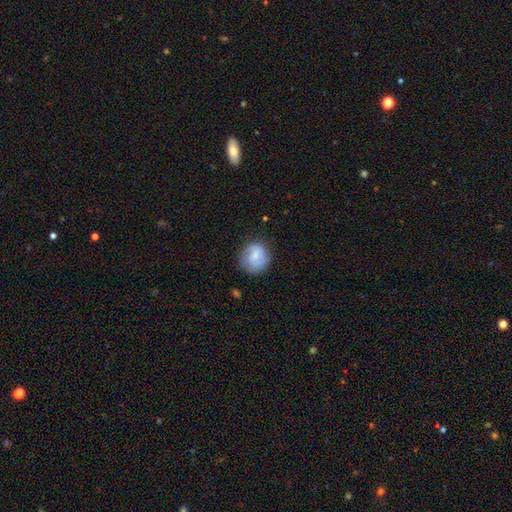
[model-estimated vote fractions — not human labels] Morphology: type=smooth (52%); roundness=round (81%); merging=none (72%).